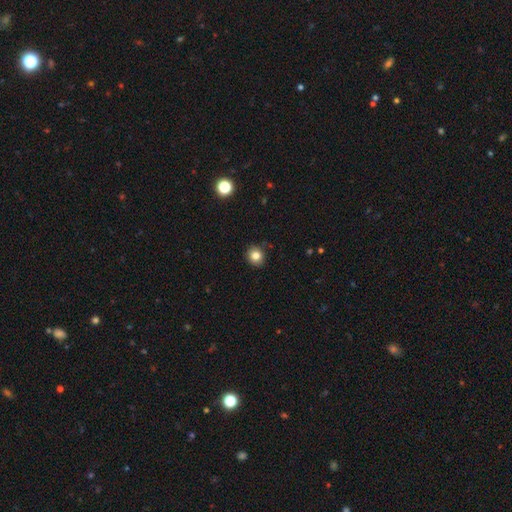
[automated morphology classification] Smooth or featured: smooth — 82% (star or artifact — 12%)
How rounded: round — 85% (in between — 14%)
Merging: none — 89% (minor disturbance — 8%)